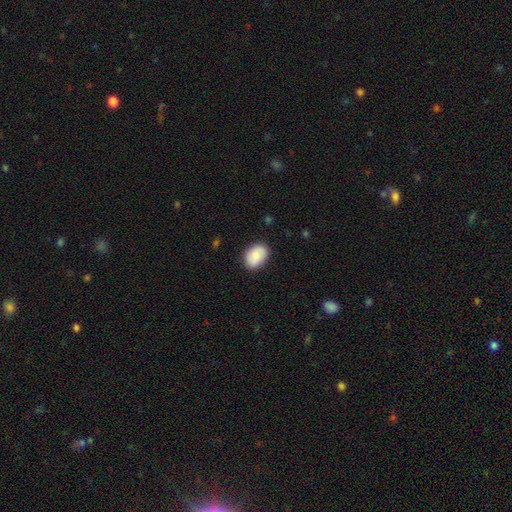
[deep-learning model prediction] Smooth or featured? smooth (79%)
How rounded? in between (77%)
Merging? none (84%)